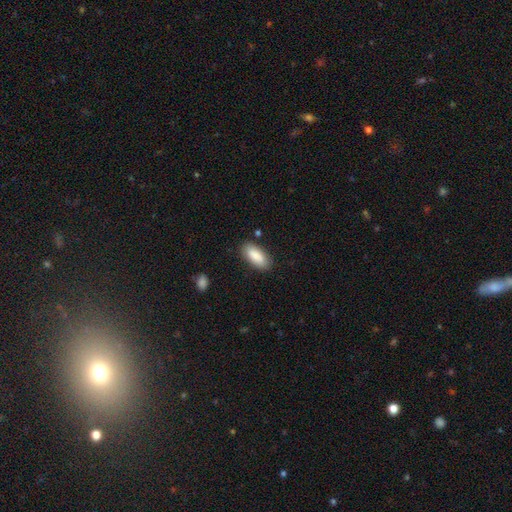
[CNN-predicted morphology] Smooth or featured?
  - smooth: 88% *
  - featured or disk: 6%
  - star or artifact: 6%
How rounded?
  - in between: 88% *
  - cigar-shaped: 10%
  - round: 2%
Merging?
  - none: 84% *
  - minor disturbance: 11%
  - major disturbance: 3%
  - merger: 2%